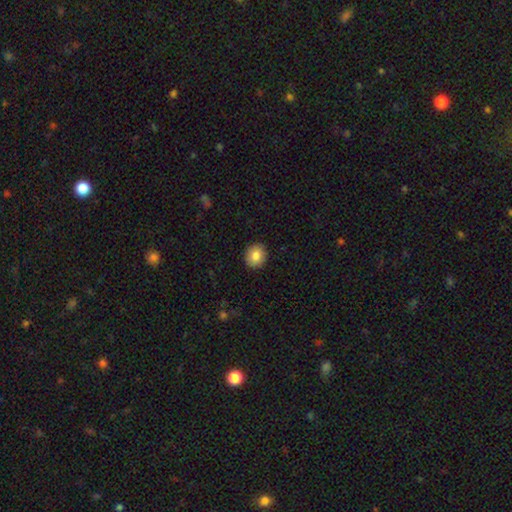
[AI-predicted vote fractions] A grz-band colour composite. It shows a smooth galaxy with no disk features (84%) that is round (78%). Merging: none (91%).